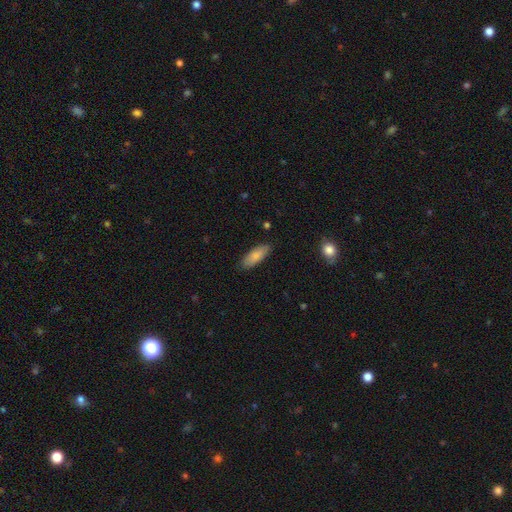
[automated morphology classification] Overall: smooth (83%). How rounded: in between (68%; cigar-shaped 30%). Merging: none (85%).